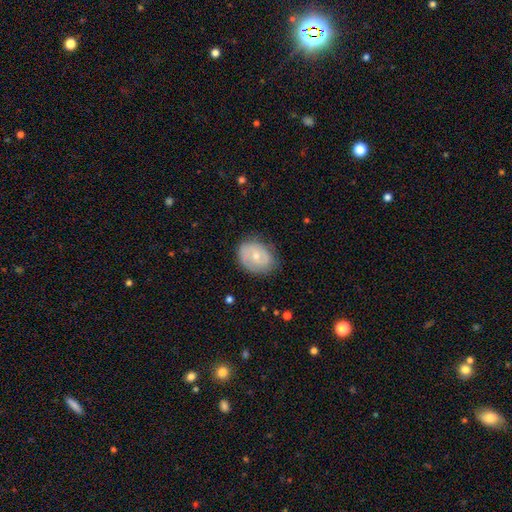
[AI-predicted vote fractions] Morphology: type=featured or disk (52%); edge-on=no (96%); merging=none (73%).